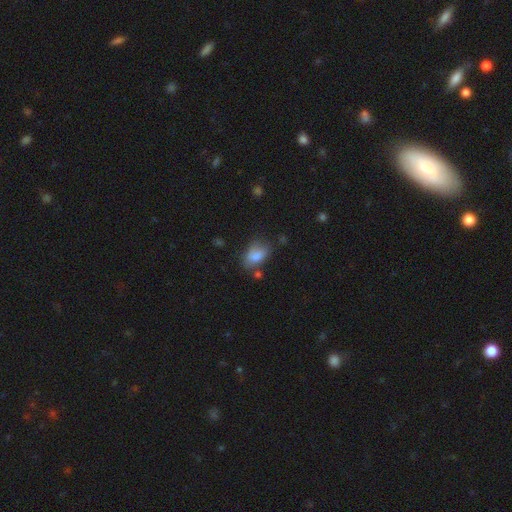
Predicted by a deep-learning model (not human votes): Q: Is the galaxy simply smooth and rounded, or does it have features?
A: smooth — 80%.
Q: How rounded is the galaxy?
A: in between — 86%.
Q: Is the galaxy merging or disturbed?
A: none — 54%.